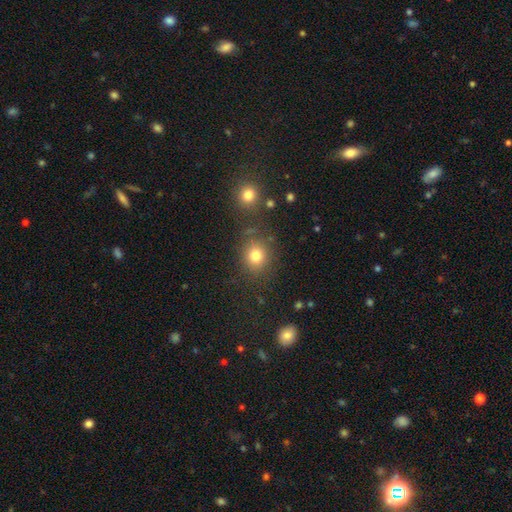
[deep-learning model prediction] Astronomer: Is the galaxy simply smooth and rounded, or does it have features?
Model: smooth — 79%.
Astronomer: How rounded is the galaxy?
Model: round — 73%.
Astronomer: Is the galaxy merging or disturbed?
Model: none — 77%.